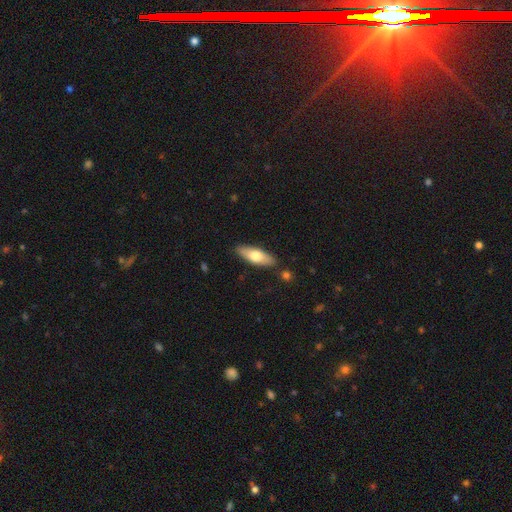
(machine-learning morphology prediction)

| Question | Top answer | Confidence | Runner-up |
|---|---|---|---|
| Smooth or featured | smooth | 63% | featured or disk (31%) |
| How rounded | in between | 60% | cigar-shaped (38%) |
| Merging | none | 86% | minor disturbance (9%) |